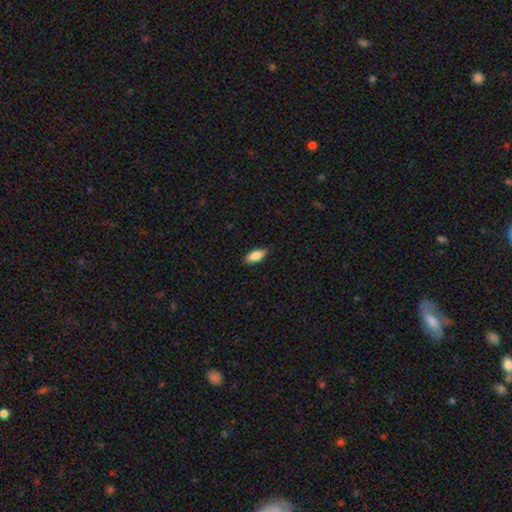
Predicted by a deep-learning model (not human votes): smooth 81%, featured or disk 13%, star or artifact 6%. Down the decision tree: how rounded — in between (81%); merging — none (86%).